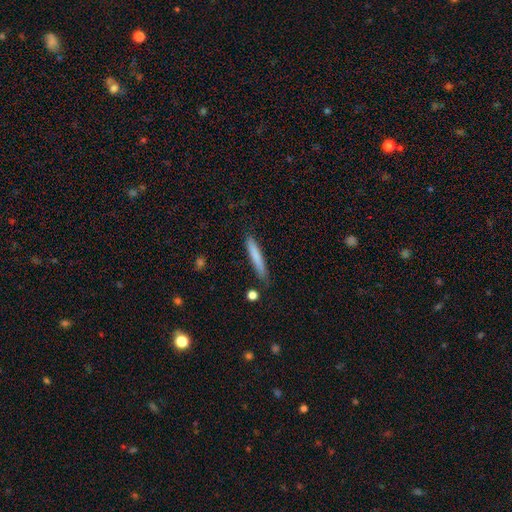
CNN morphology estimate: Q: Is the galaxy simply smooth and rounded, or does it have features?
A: smooth — 77%.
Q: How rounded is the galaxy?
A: cigar-shaped — 94%.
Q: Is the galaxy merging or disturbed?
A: none — 80%.